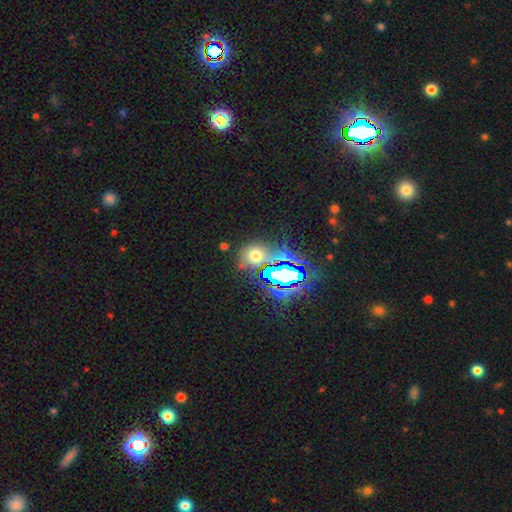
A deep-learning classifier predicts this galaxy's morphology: Smooth or featured? smooth (46%)
Merging? none (68%)